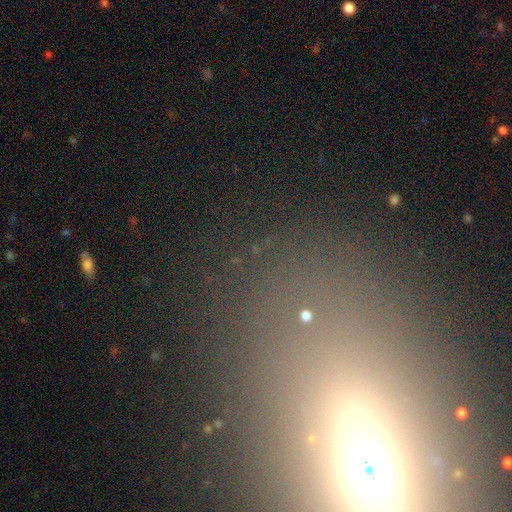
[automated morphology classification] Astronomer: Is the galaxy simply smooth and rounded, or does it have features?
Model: star or artifact — 46% (runner-up: smooth, 29%).